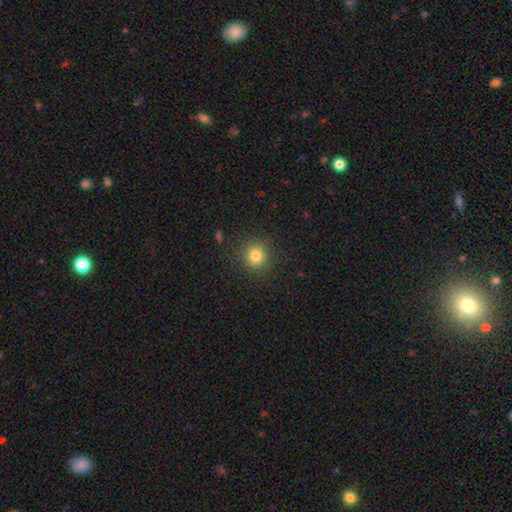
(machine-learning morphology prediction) Smooth or featured? Predicted: smooth (p=0.81). How rounded? Predicted: round (p=0.92). Merging? Predicted: none (p=0.89).